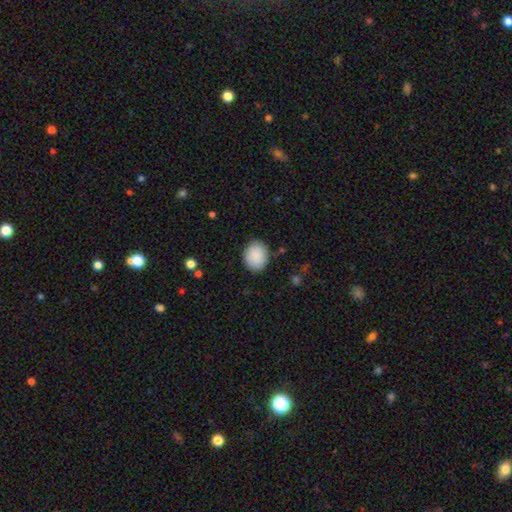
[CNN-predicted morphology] This appears to be a smooth galaxy with no disk features (89%) that is round (52%). Merging: none (85%).